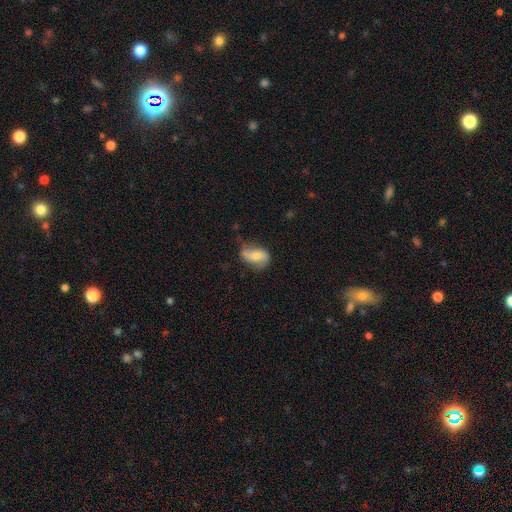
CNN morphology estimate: Overall: smooth (47%; featured or disk 45%). Merging: none (52%; minor disturbance 32%).